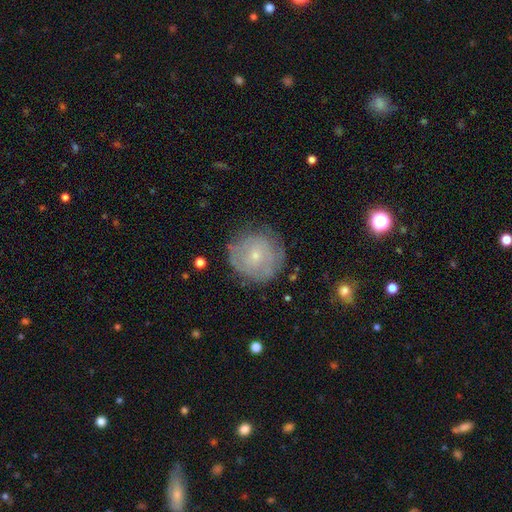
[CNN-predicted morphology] This appears to be a featured or disk galaxy (46%, tied with smooth). Merging: none (73%).